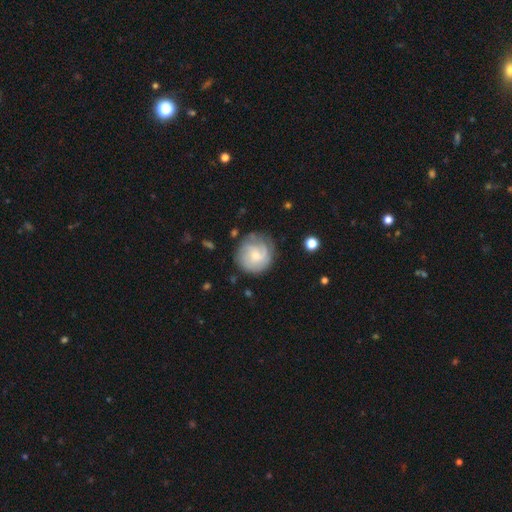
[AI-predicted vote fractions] smooth-or-featured: featured or disk: 67% | smooth: 27% | star or artifact: 7%
  disk-edge-on: no: 98% | yes: 2%
    bar: no: 67% | weak: 30% | strong: 4%
    has-spiral-arms: yes: 90% | no: 10%
      spiral-winding: tight: 51% | medium: 35% | loose: 14%
      spiral-arm-count: can't tell: 35% | 3: 25% | 2: 21% | 4: 8% | 1: 6% | more than 4: 5%
    bulge-size: small: 64% | moderate: 31% | none: 2% | large: 2% | dominant: 1%
  merging: none: 75% | minor disturbance: 17% | major disturbance: 7% | merger: 2%